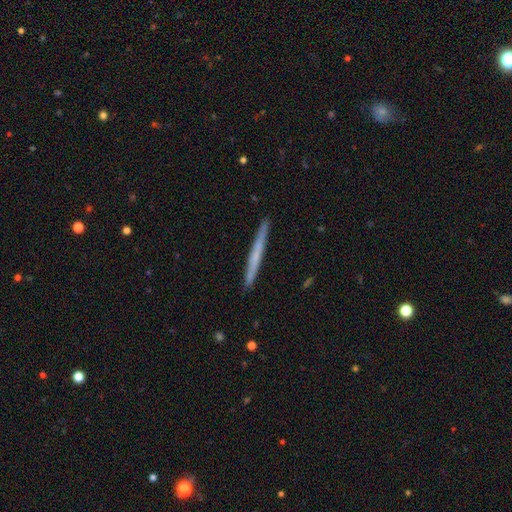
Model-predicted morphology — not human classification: A smooth galaxy with no disk features (50%). Merging: none (92%).